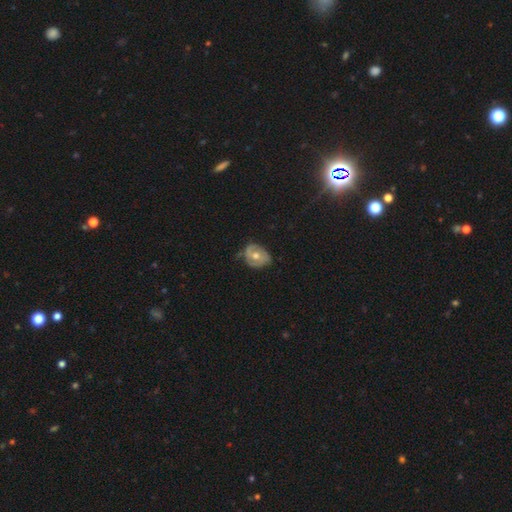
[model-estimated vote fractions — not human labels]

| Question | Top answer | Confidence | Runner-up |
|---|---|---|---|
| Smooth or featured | featured or disk | 58% | smooth (32%) |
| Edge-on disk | no | 96% | yes (4%) |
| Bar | no | 71% | weak (23%) |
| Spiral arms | yes | 68% | no (32%) |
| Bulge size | moderate | 73% | small (21%) |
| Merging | none | 61% | minor disturbance (29%) |